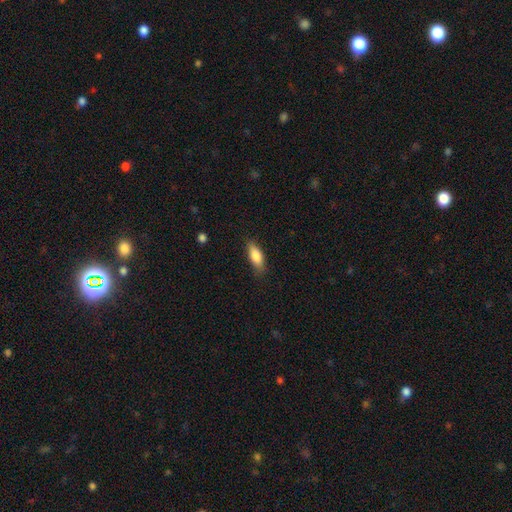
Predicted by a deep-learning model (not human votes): smooth 81%, featured or disk 12%, star or artifact 7%. Down the decision tree: how rounded — in between (71%); merging — none (81%).